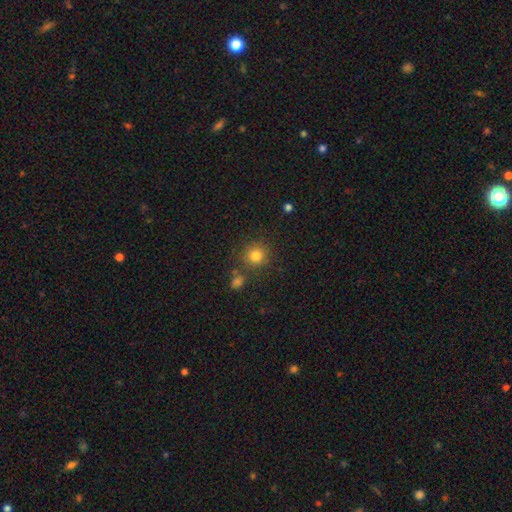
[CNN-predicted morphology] smooth-or-featured: smooth: 81% | star or artifact: 13% | featured or disk: 6%
  how-rounded: round: 90% | in between: 9% | cigar-shaped: 1%
  merging: none: 80% | minor disturbance: 9% | merger: 7% | major disturbance: 3%